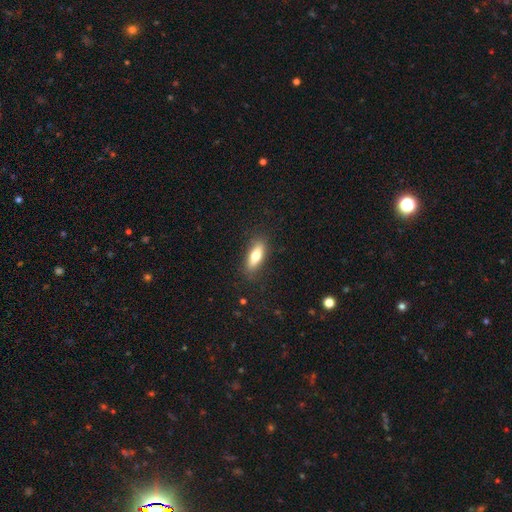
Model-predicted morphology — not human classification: Smooth or featured? smooth (72%)
How rounded? in between (65%)
Merging? none (84%)